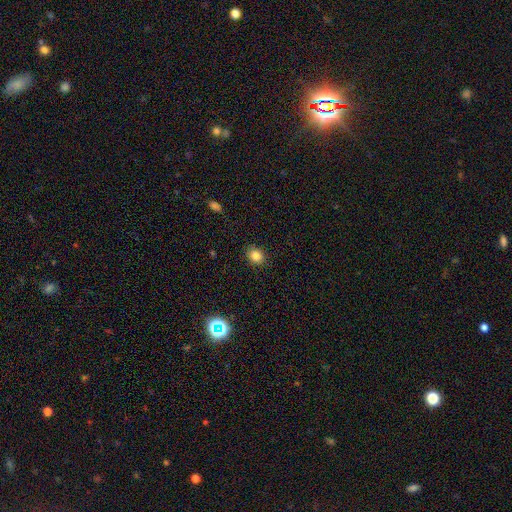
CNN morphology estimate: Smooth or featured: smooth — 84% (star or artifact — 11%)
How rounded: round — 59% (in between — 40%)
Merging: none — 88% (minor disturbance — 8%)